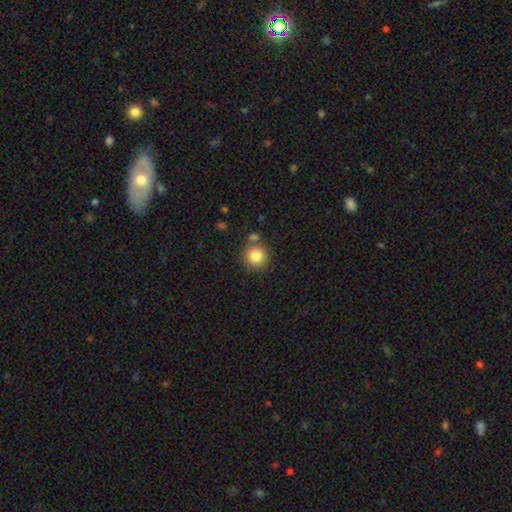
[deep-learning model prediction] The model was most divided on "merging": none: 77%, merger: 11%, minor disturbance: 9%, major disturbance: 3%. More confident: how rounded — round (93%); smooth or featured — smooth (83%).